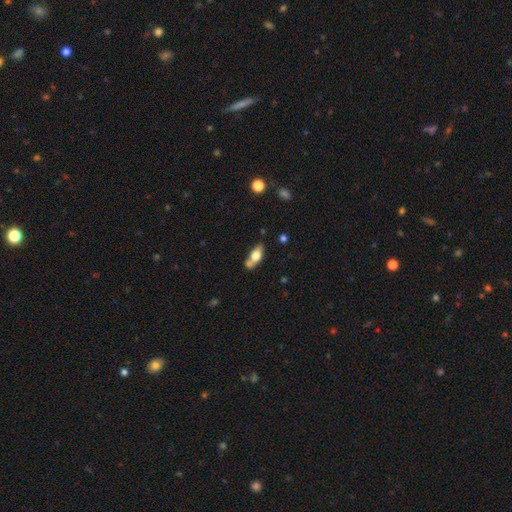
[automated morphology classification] A smooth galaxy with no disk features (62%) that is in between round and cigar-shaped (74%). Merging: none (54%).